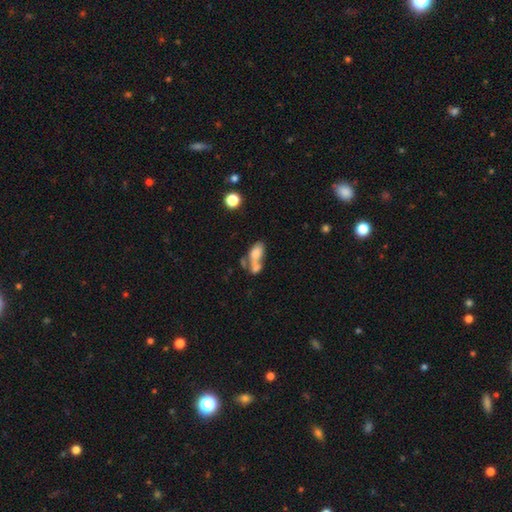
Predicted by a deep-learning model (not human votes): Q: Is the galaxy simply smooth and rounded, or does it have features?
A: smooth — 66%.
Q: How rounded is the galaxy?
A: in between — 84%.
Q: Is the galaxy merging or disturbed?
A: merger — 61%.